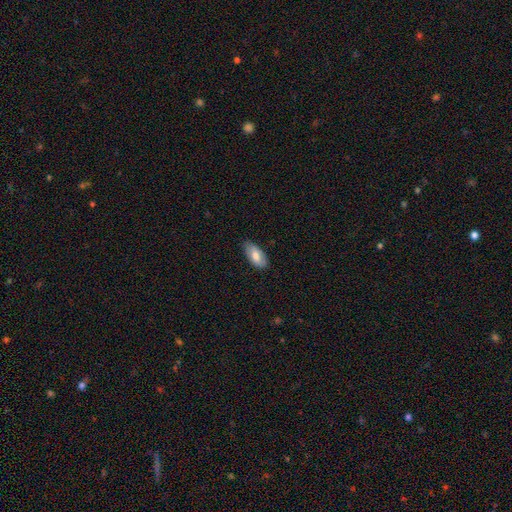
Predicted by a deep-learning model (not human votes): Smooth or featured? Predicted: smooth (p=0.74). How rounded? Predicted: in between (p=0.93). Merging? Predicted: none (p=0.79).